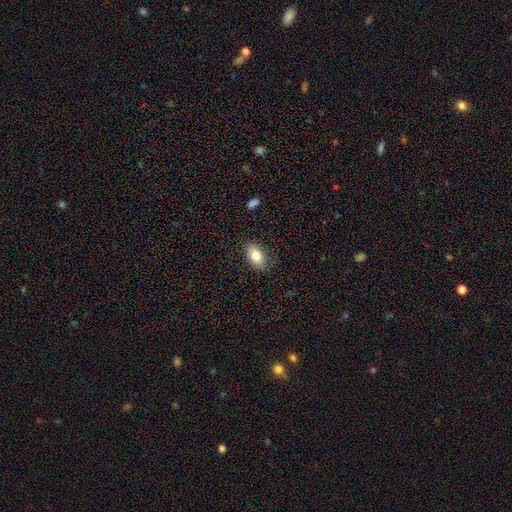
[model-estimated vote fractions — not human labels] Smooth or featured: smooth — 81% (featured or disk — 11%)
How rounded: in between — 89% (round — 8%)
Merging: none — 84% (minor disturbance — 12%)